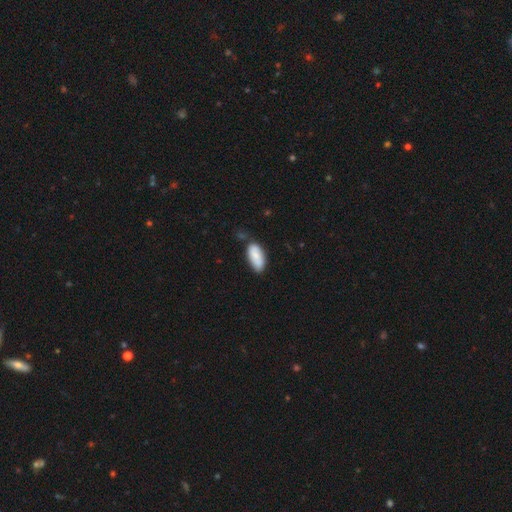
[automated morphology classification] A smooth galaxy with no disk features (79%) that is in between round and cigar-shaped (91%).

Vote fractions:
- Smooth or featured? smooth: 79% / featured or disk: 15% / star or artifact: 6%
- How rounded? in between: 91% / cigar-shaped: 8% / round: 2%
- Merging? none: 63% / minor disturbance: 26% / merger: 7% / major disturbance: 5%